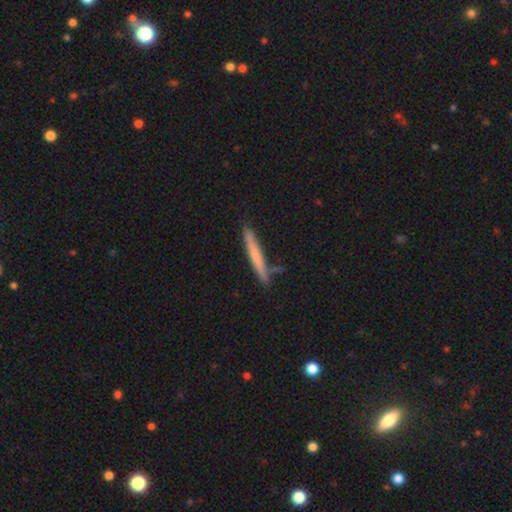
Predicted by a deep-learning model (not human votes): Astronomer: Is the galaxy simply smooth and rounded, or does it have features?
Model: smooth — 59% (runner-up: featured or disk, 35%).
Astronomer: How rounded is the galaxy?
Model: cigar-shaped — 96%.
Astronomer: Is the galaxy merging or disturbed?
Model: none — 81%.